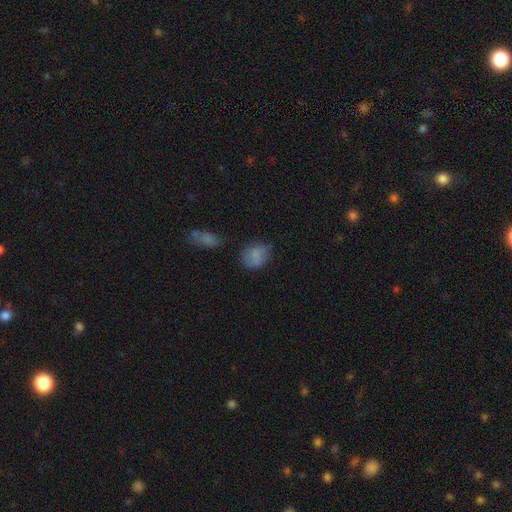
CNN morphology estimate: smooth-or-featured: smooth: 78% | featured or disk: 13% | star or artifact: 9%
  how-rounded: round: 51% | in between: 48% | cigar-shaped: 1%
  merging: none: 62% | minor disturbance: 25% | major disturbance: 8% | merger: 6%